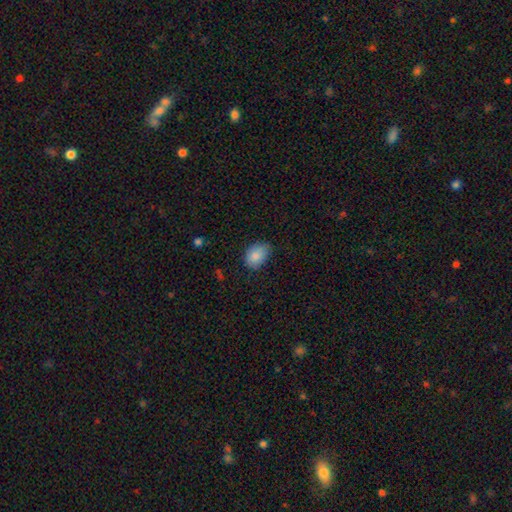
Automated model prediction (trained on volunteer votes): smooth_or_featured: smooth (p=0.85) [alt: star or artifact p=0.07]
how_rounded: in between (p=0.79) [alt: round p=0.20]
merging: none (p=0.63) [alt: minor disturbance p=0.30]